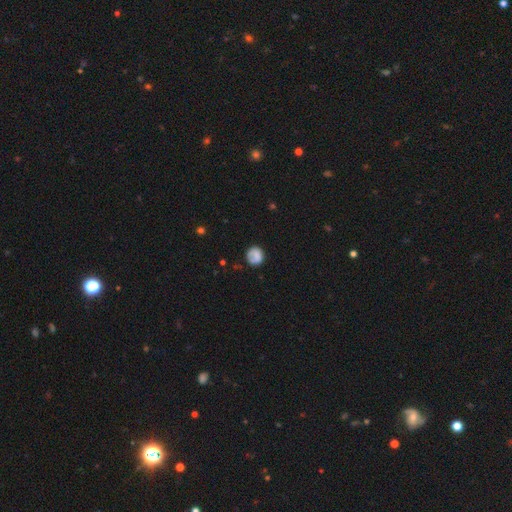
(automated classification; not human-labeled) The model was most divided on "merging": none: 66%, minor disturbance: 22%, major disturbance: 9%, merger: 3%. More confident: how rounded — round (82%); smooth or featured — smooth (73%).